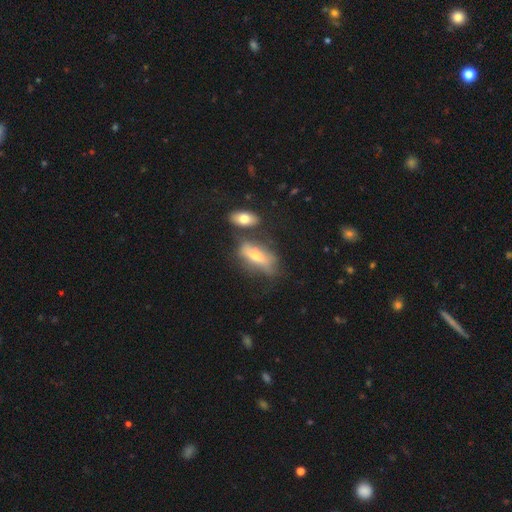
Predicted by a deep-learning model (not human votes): This appears to be a smooth galaxy with no disk features (48%). Merging: none (49%).